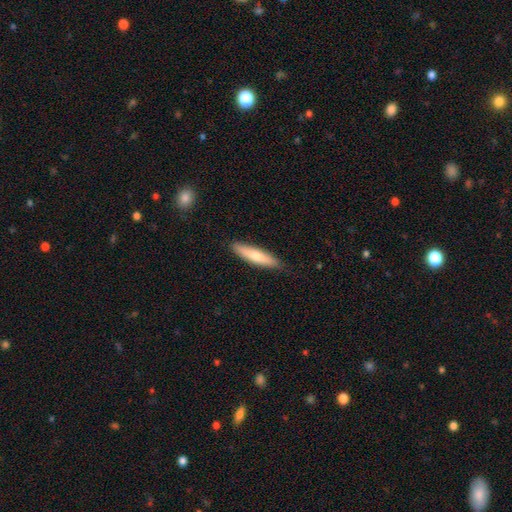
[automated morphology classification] This appears to be a smooth galaxy with no disk features (70%) that is cigar-shaped (83%). Merging: none (87%).